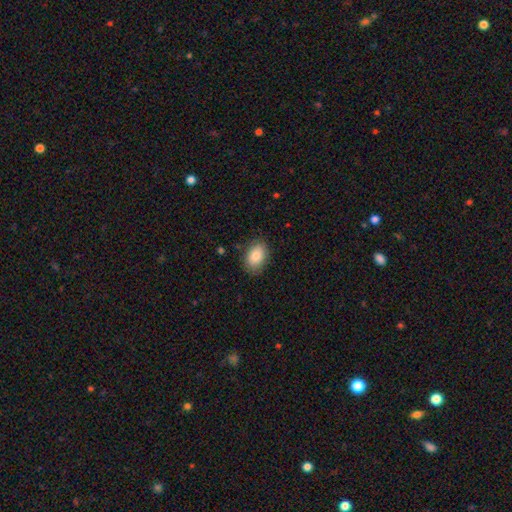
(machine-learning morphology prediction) This appears to be a smooth galaxy with no disk features (86%) that is in between round and cigar-shaped (86%). Merging: none (83%).